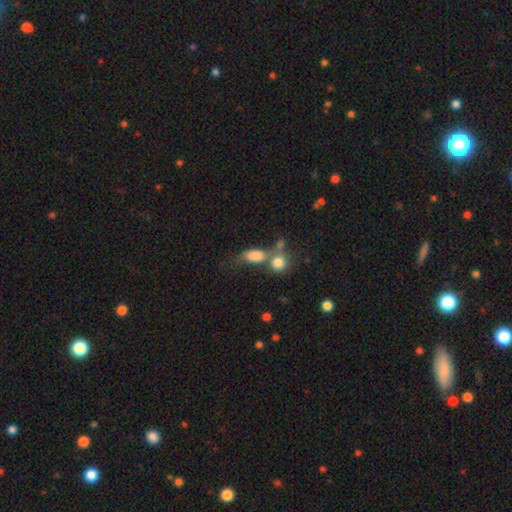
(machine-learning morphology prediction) smooth_or_featured: smooth (p=0.79) [alt: featured or disk p=0.12]
how_rounded: in between (p=0.76) [alt: round p=0.19]
merging: merger (p=0.50) [alt: none p=0.26]